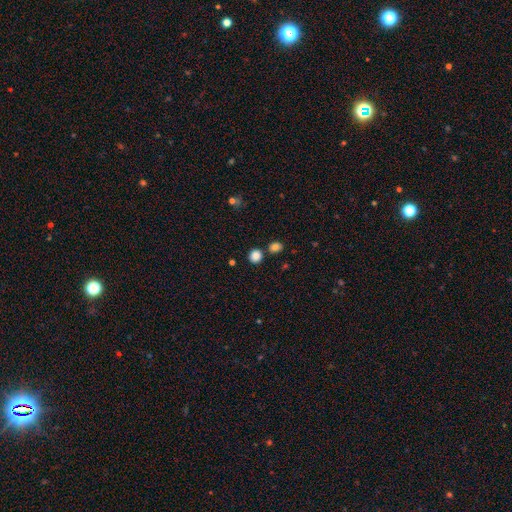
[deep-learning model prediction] smooth 85%, star or artifact 12%, featured or disk 4%. Down the decision tree: how rounded — round (86%); merging — none (79%).